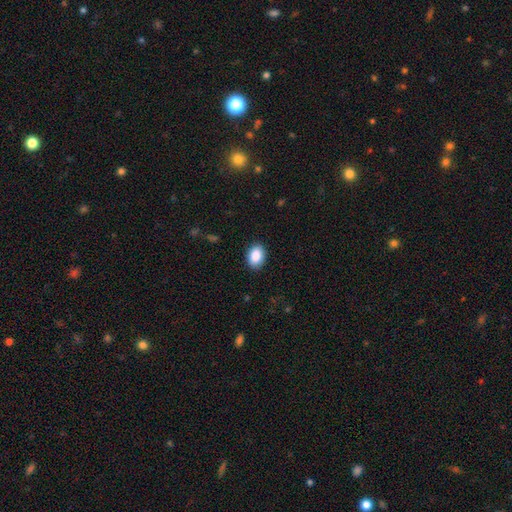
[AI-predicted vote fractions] A smooth galaxy with no disk features (89%) that is in between round and cigar-shaped (82%).

Vote fractions:
- Smooth or featured? smooth: 89% / star or artifact: 7% / featured or disk: 4%
- How rounded? in between: 82% / round: 17% / cigar-shaped: 1%
- Merging? none: 89% / minor disturbance: 8% / major disturbance: 2% / merger: 1%